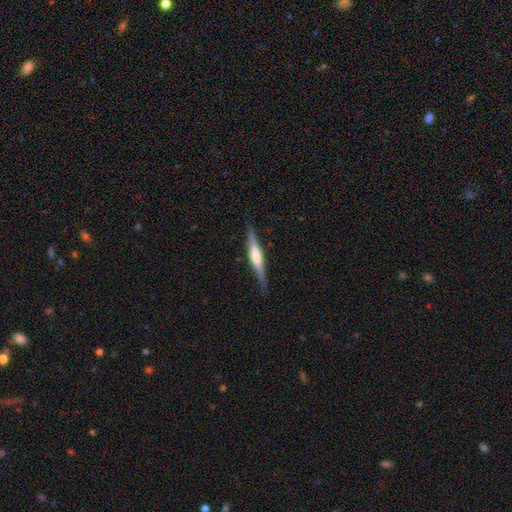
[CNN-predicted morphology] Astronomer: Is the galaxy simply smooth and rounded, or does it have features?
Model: featured or disk — 60%.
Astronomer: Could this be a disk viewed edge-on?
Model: yes — 96%.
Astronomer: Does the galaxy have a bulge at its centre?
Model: rounded — 44% (runner-up: boxy, 37%).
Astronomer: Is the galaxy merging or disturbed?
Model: none — 85%.